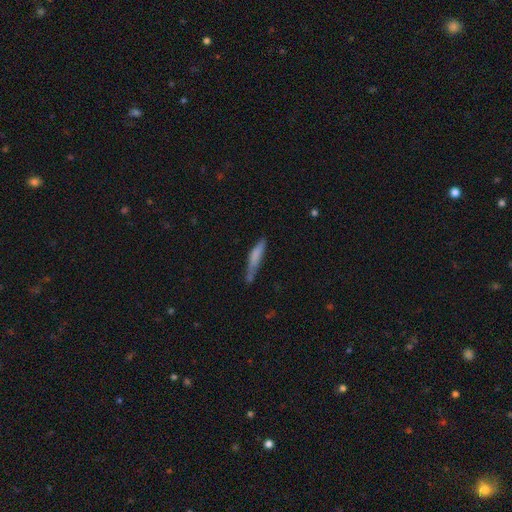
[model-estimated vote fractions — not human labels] smooth-or-featured: smooth: 71% | featured or disk: 22% | star or artifact: 7%
  how-rounded: cigar-shaped: 89% | in between: 10% | round: 2%
  merging: none: 55% | minor disturbance: 26% | merger: 10% | major disturbance: 8%